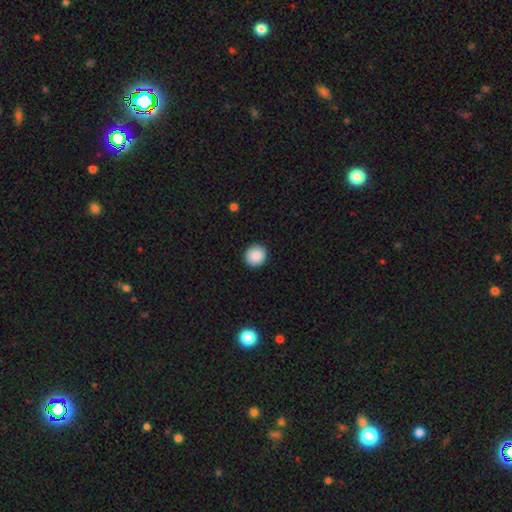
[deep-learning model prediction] This is clearly a smooth galaxy (88%). How rounded: clearly round (90%). Merging: clearly none (92%).